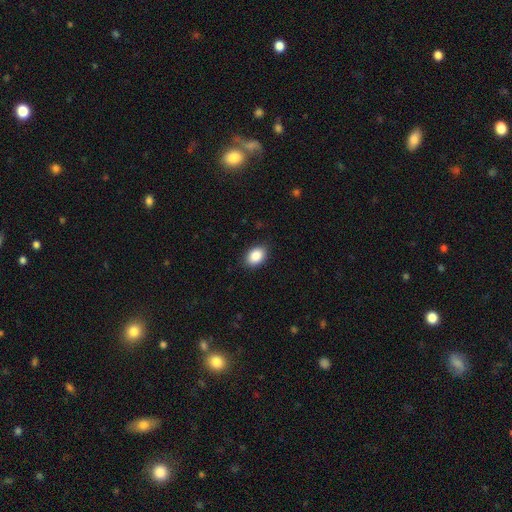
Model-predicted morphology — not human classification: This appears to be a smooth galaxy with no disk features (88%) that is in between round and cigar-shaped (80%). Merging: none (87%).